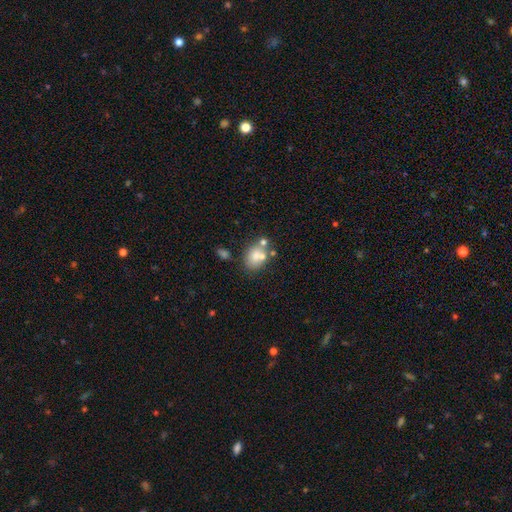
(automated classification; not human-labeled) Smooth or featured?
  - smooth: 70% *
  - featured or disk: 18%
  - star or artifact: 12%
How rounded?
  - in between: 59% *
  - round: 40%
  - cigar-shaped: 1%
Merging?
  - none: 51% *
  - merger: 26%
  - minor disturbance: 16%
  - major disturbance: 7%